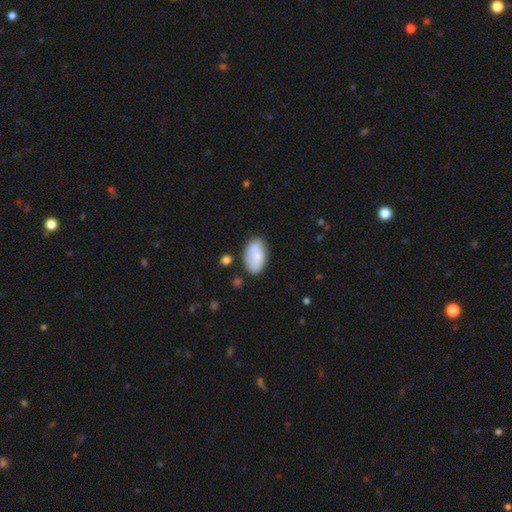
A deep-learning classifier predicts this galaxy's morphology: type=smooth (77%); roundness=in between (94%); merging=none (66%).